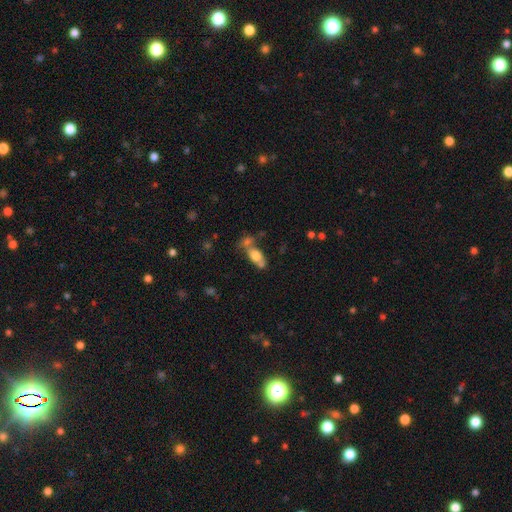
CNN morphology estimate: The model was most divided on "merging": merger: 43%, none: 35%, minor disturbance: 13%, major disturbance: 8%. More confident: how rounded — in between (80%); smooth or featured — smooth (68%).